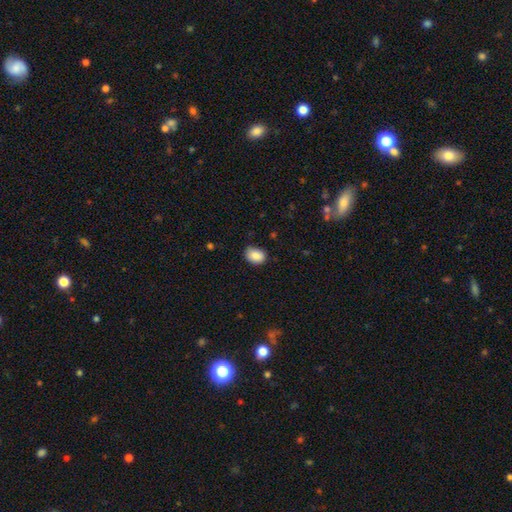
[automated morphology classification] smooth 88%, star or artifact 8%, featured or disk 4%. Down the decision tree: how rounded — in between (66%); merging — none (81%).